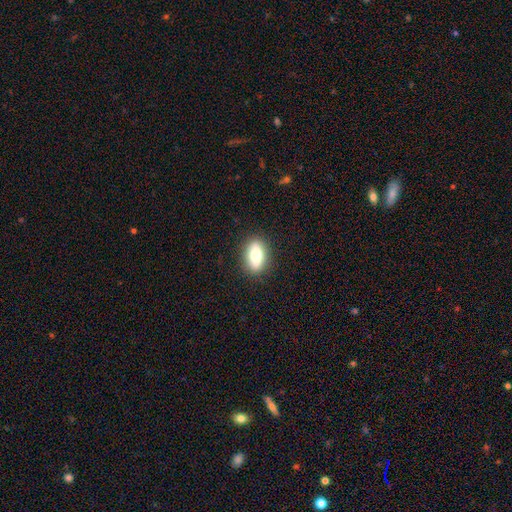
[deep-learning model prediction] A smooth galaxy with no disk features (70%) that is in between round and cigar-shaped (83%). Merging: none (88%).